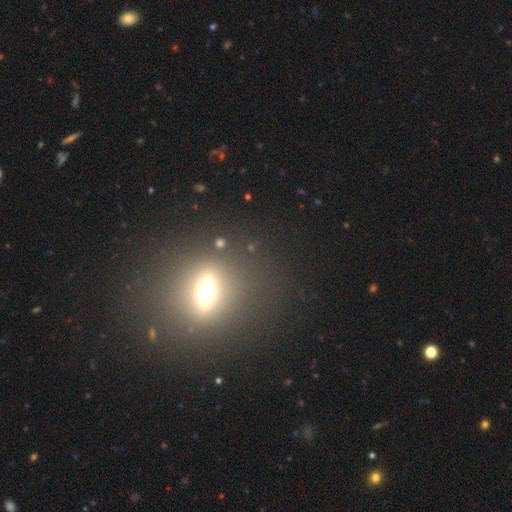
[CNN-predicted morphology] Overall: featured or disk (47%; smooth 31%). Merging: none (83%).